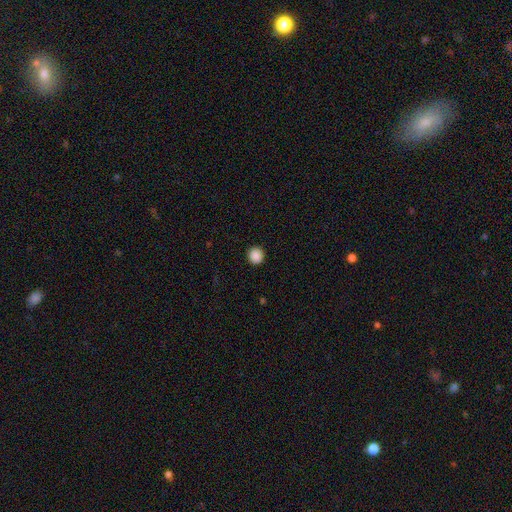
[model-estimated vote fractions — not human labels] A smooth galaxy with no disk features (89%) that is round (93%). Merging: none (93%).